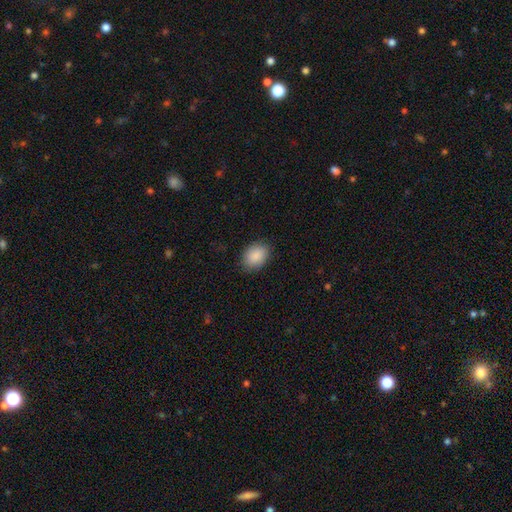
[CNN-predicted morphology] A smooth galaxy with no disk features (89%) that is in between round and cigar-shaped (76%). Merging: none (85%).